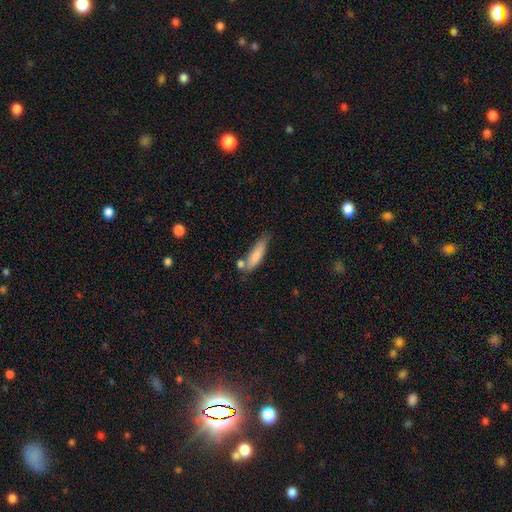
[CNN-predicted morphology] type=smooth (80%); roundness=cigar-shaped (67%); merging=none (59%).